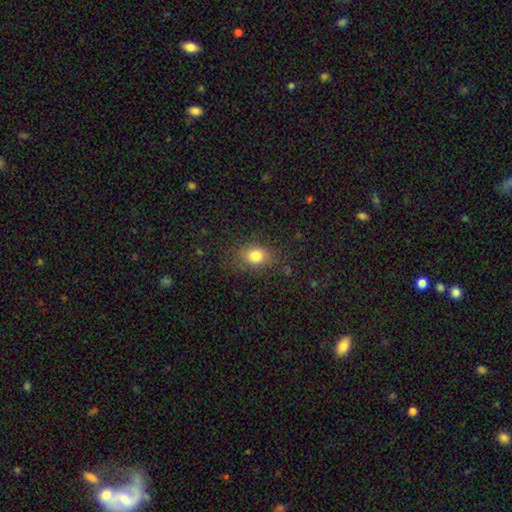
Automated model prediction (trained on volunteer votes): Smooth or featured: smooth — 81% (star or artifact — 11%)
How rounded: in between — 59% (round — 40%)
Merging: none — 76% (minor disturbance — 16%)